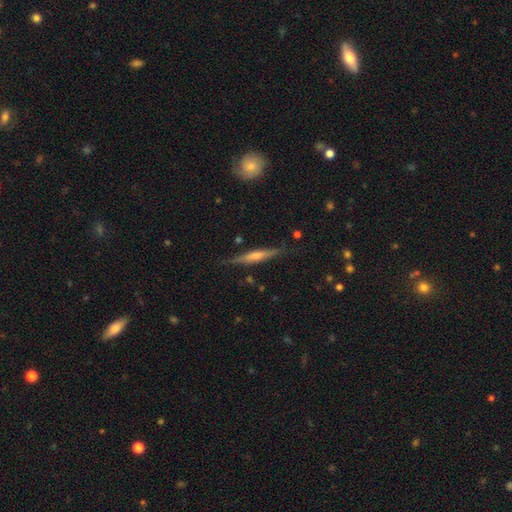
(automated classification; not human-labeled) A featured or disk galaxy (71%) viewed edge-on (96%) with a rounded central bulge (75%). Merging: none (85%).